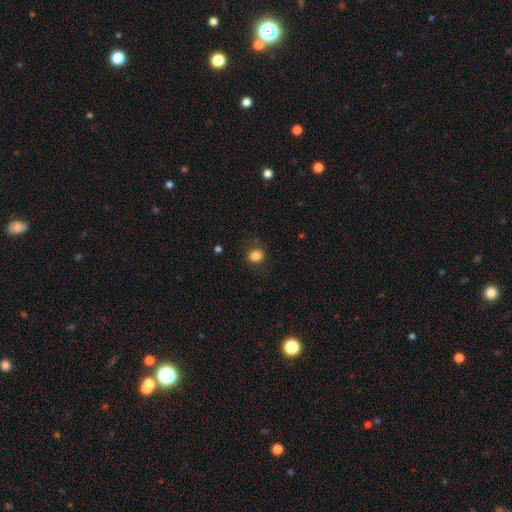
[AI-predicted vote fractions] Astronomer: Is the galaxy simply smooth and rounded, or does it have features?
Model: smooth — 84%.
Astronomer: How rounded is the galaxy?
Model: round — 81%.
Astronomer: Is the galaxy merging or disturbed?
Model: none — 80%.